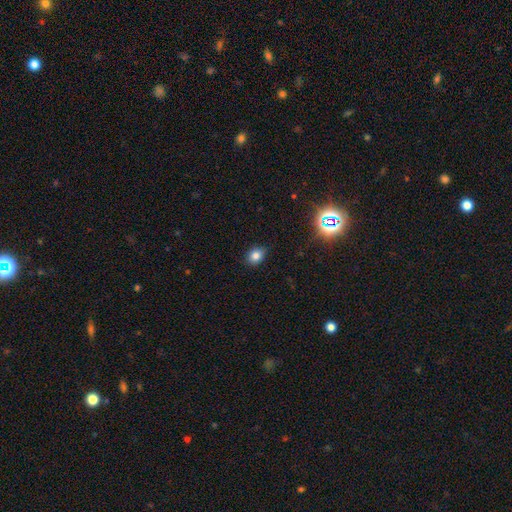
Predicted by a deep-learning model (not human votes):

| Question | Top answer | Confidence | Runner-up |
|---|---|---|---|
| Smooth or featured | smooth | 81% | star or artifact (13%) |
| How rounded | round | 51% | in between (48%) |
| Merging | none | 82% | minor disturbance (14%) |